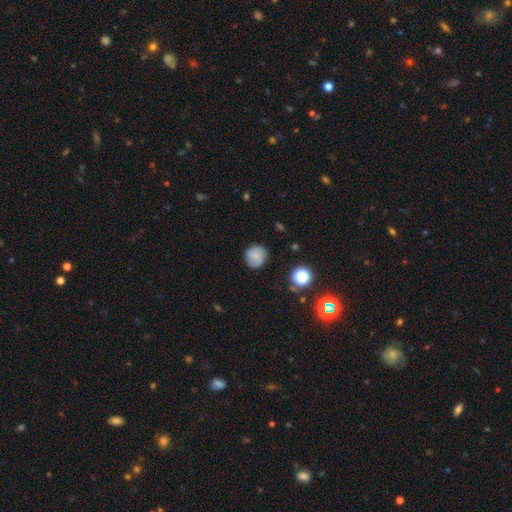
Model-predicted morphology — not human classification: smooth 56%, featured or disk 34%, star or artifact 11%. Down the decision tree: how rounded — round (86%); merging — none (76%).